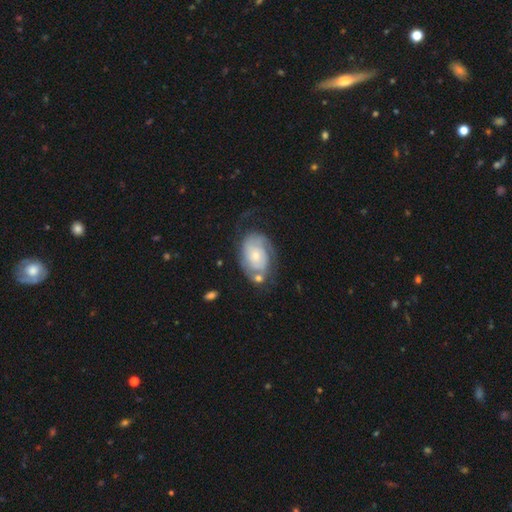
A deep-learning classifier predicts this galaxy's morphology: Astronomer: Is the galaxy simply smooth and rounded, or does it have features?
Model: featured or disk — 63%.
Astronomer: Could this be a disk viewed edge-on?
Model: no — 96%.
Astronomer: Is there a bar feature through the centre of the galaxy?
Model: no — 79%.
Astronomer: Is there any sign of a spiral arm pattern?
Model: yes — 76%.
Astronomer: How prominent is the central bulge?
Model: small — 63%.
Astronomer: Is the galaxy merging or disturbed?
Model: none — 46% (runner-up: minor disturbance, 26%).